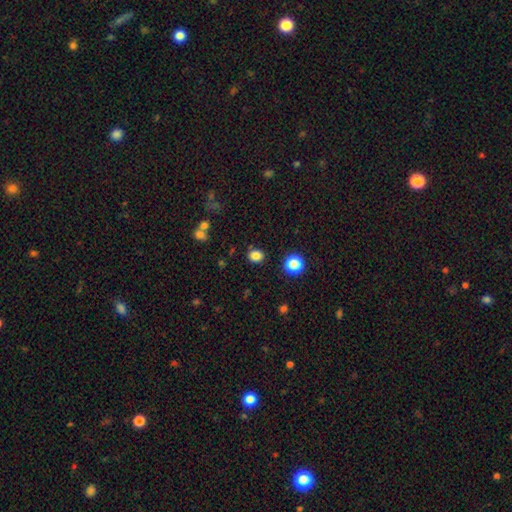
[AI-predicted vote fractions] This is clearly a smooth galaxy (83%). How rounded: likely round (62%). Merging: clearly none (86%).